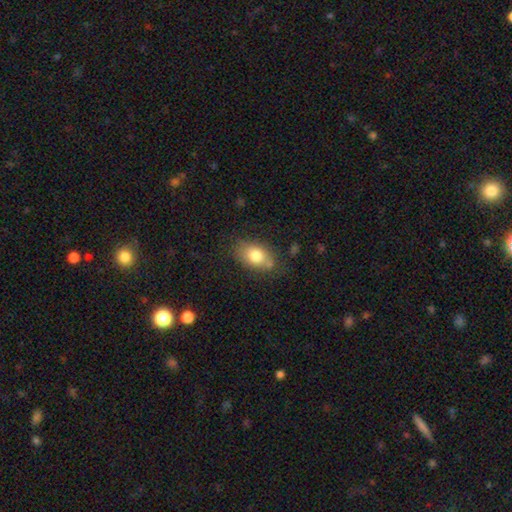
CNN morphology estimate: Smooth or featured? Predicted: smooth (p=0.78). How rounded? Predicted: in between (p=0.83). Merging? Predicted: none (p=0.72).